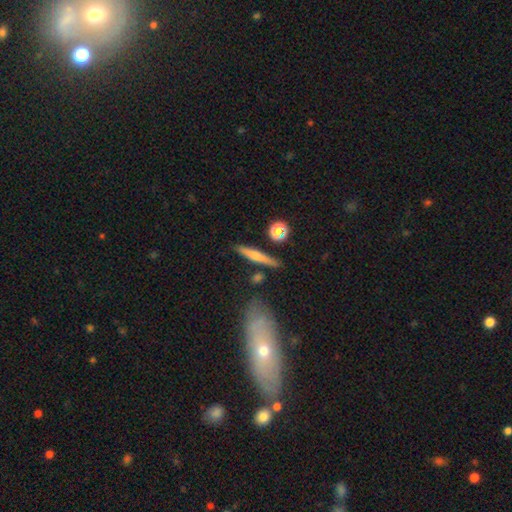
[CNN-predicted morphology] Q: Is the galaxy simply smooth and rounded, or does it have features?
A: smooth — 57%.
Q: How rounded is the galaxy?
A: cigar-shaped — 87%.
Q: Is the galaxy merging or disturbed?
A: none — 82%.